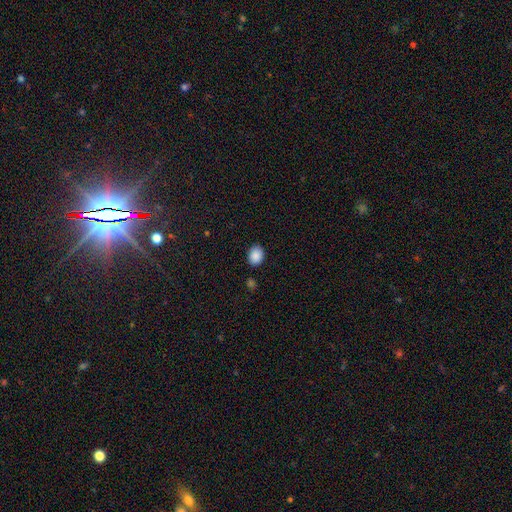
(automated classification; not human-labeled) The model was most divided on "how rounded": in between: 64%, round: 35%, cigar-shaped: 1%. More confident: smooth or featured — smooth (88%); merging — none (85%).